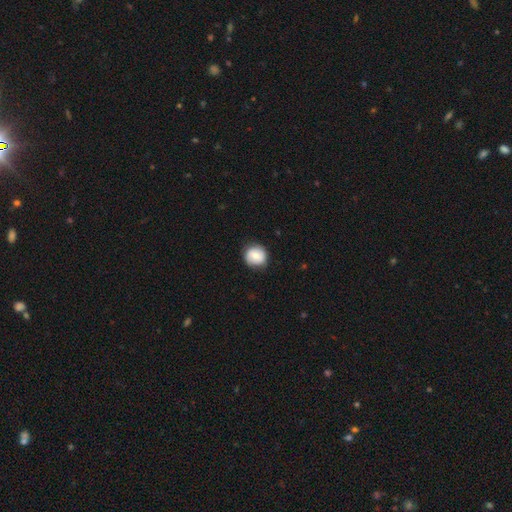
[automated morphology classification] This appears to be a smooth galaxy with no disk features (70%) that is round (89%). Merging: none (83%).